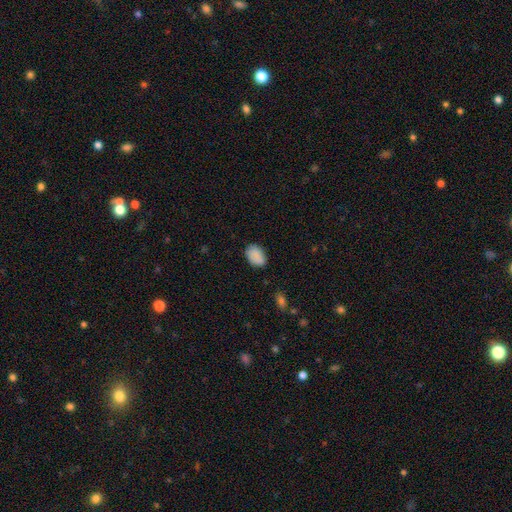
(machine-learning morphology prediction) Smooth or featured? Predicted: smooth (p=0.88). How rounded? Predicted: in between (p=0.86). Merging? Predicted: none (p=0.79).